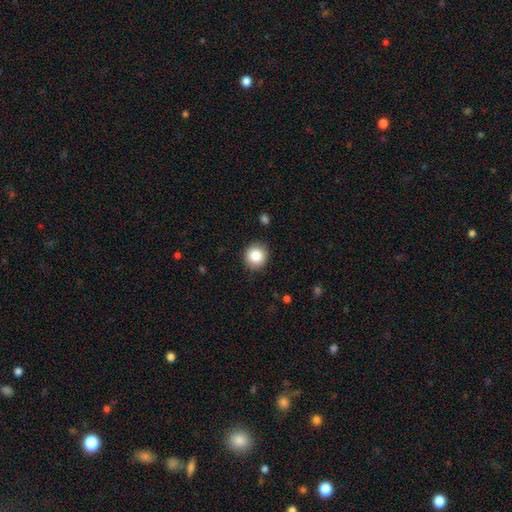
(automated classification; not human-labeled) Morphology: type=smooth (85%); roundness=round (91%); merging=none (90%).